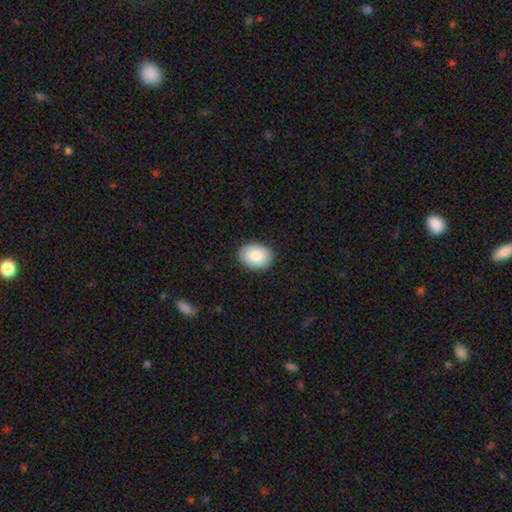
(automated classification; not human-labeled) Smooth or featured?
  - smooth: 87% *
  - star or artifact: 7%
  - featured or disk: 6%
How rounded?
  - in between: 72% *
  - round: 27%
  - cigar-shaped: 1%
Merging?
  - none: 89% *
  - minor disturbance: 8%
  - major disturbance: 2%
  - merger: 1%